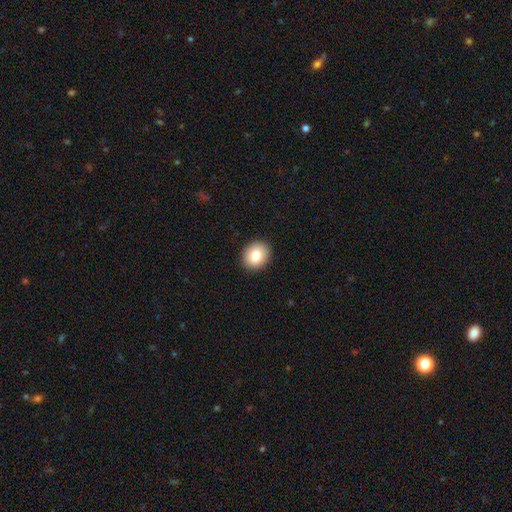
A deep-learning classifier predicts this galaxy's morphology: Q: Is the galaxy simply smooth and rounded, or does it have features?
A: smooth — 81%.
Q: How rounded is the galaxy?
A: round — 68%.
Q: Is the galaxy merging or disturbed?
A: none — 92%.